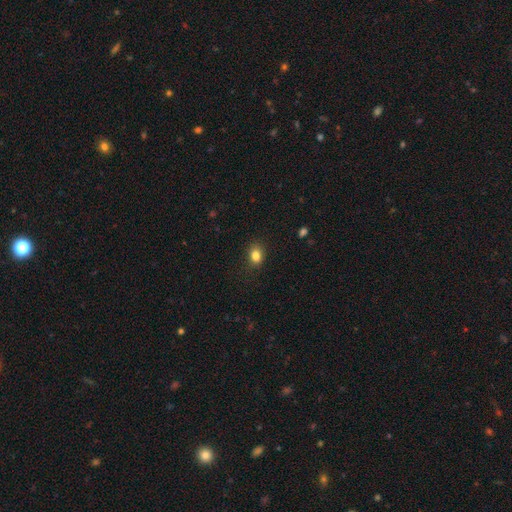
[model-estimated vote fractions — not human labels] Smooth or featured? smooth (84%)
How rounded? in between (65%)
Merging? none (84%)